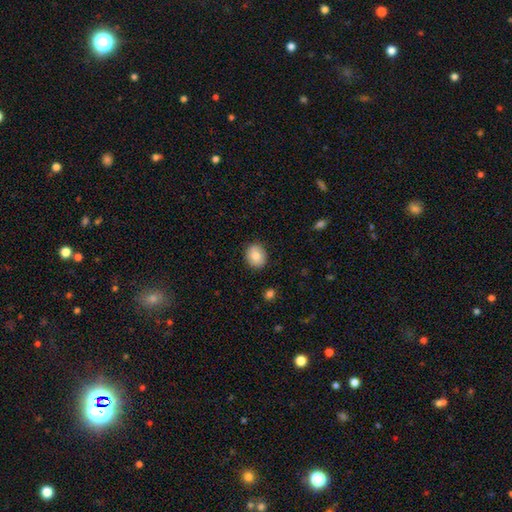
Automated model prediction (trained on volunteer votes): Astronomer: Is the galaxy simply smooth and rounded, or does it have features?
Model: smooth — 79%.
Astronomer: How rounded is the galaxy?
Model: round — 65%.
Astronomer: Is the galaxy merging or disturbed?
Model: none — 89%.